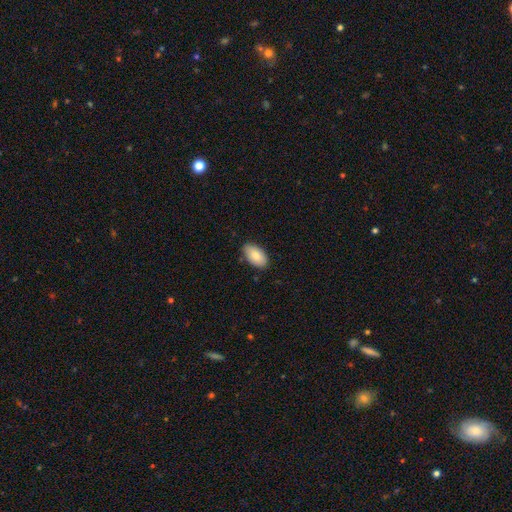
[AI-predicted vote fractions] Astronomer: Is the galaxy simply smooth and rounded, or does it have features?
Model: smooth — 82%.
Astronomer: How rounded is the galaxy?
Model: in between — 95%.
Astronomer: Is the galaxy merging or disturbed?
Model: none — 83%.